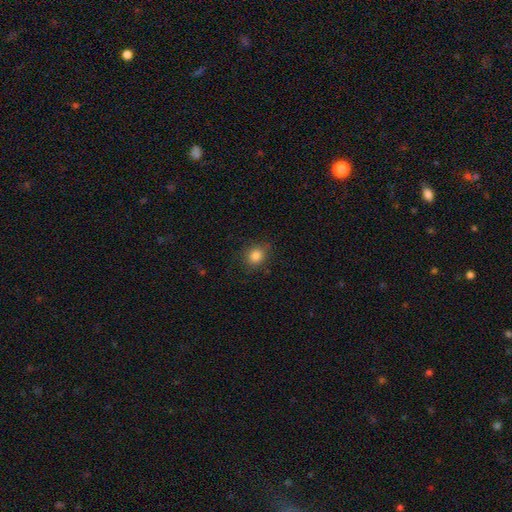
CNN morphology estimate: smooth 85%, star or artifact 11%, featured or disk 5%. Down the decision tree: how rounded — round (65%); merging — none (82%).